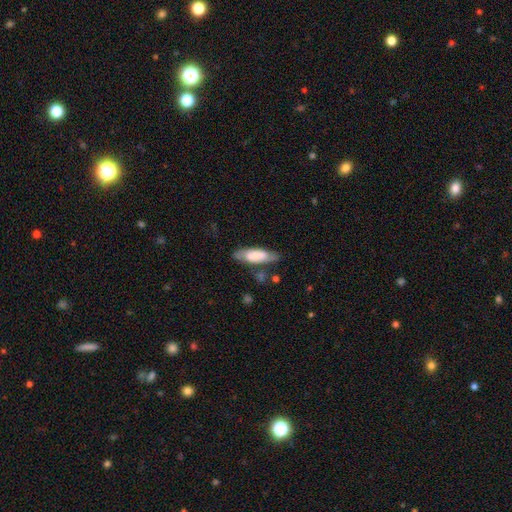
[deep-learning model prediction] Smooth or featured? smooth (67%)
How rounded? in between (53%)
Merging? none (71%)